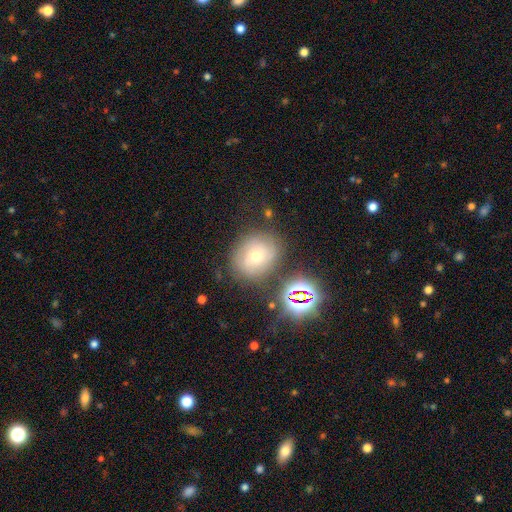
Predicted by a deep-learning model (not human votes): The model was most divided on "smooth or featured": smooth: 42%, featured or disk: 35%, star or artifact: 22%. More confident: merging — none (72%).